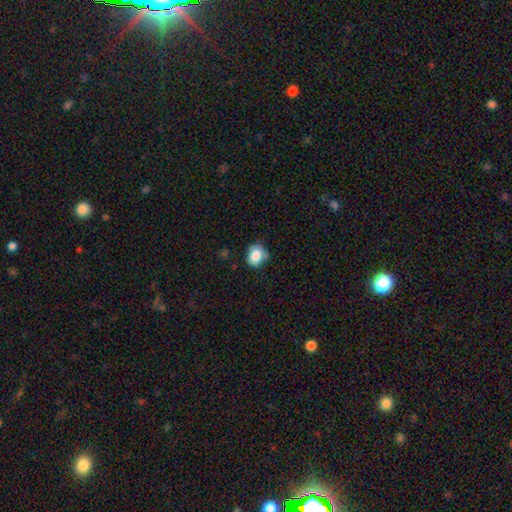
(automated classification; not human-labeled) Smooth or featured? Predicted: smooth (p=0.81). How rounded? Predicted: round (p=0.56). Merging? Predicted: none (p=0.56).